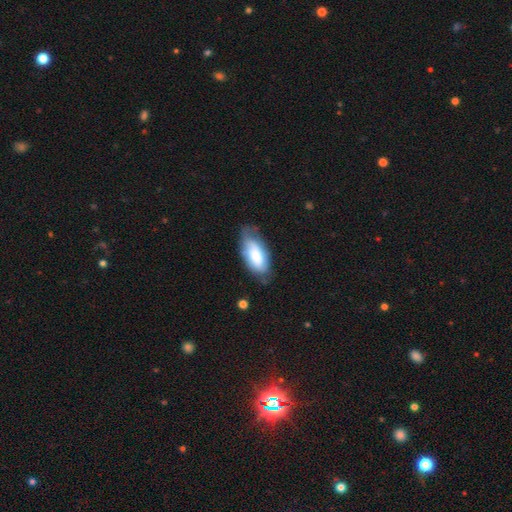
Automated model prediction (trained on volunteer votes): Overall: smooth (69%). How rounded: in between (89%). Merging: none (54%; minor disturbance 33%).